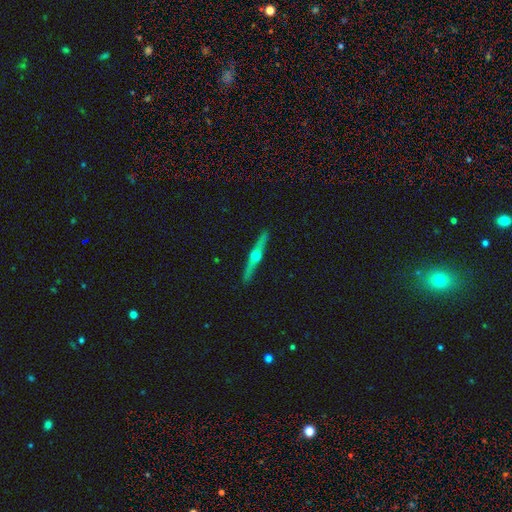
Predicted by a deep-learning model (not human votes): smooth_or_featured: featured or disk (p=0.77) [alt: smooth p=0.17]
disk_edge_on: yes (p=0.98) [alt: no p=0.02]
edge_on_bulge: rounded (p=0.96) [alt: none p=0.02]
merging: none (p=0.91) [alt: minor disturbance p=0.06]